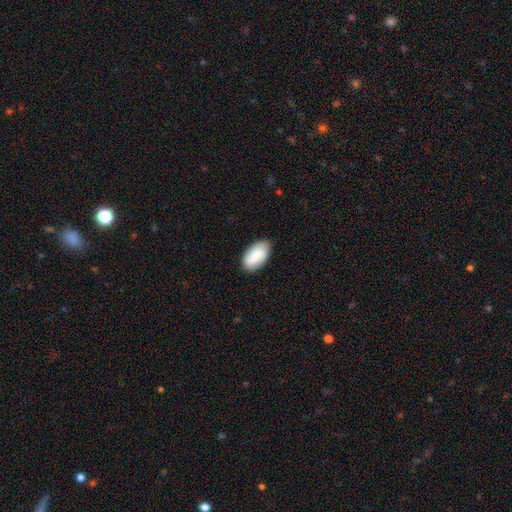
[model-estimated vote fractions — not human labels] A smooth galaxy with no disk features (74%) that is in between round and cigar-shaped (94%).

Vote fractions:
- Smooth or featured? smooth: 74% / featured or disk: 20% / star or artifact: 6%
- How rounded? in between: 94% / round: 3% / cigar-shaped: 2%
- Merging? none: 83% / minor disturbance: 14% / major disturbance: 3% / merger: 1%